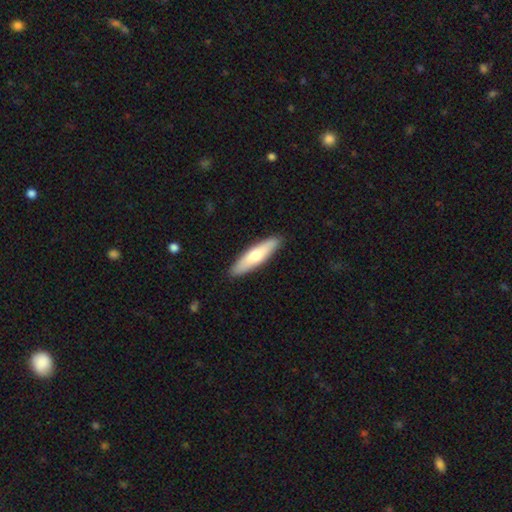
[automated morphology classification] type=smooth (65%); roundness=cigar-shaped (70%); merging=none (90%).